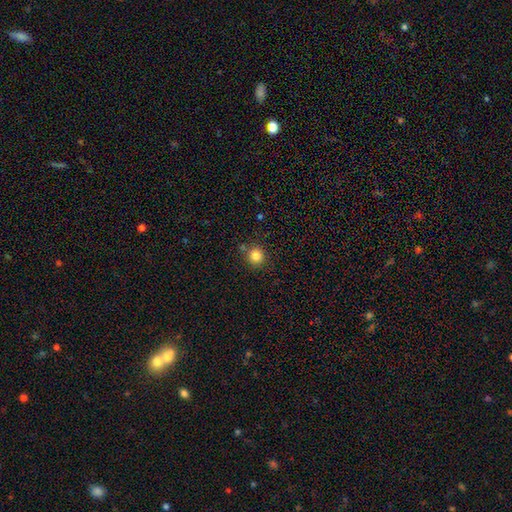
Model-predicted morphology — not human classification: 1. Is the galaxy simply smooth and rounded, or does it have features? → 83% smooth, 12% star or artifact, 5% featured or disk.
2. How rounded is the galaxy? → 93% round, 6% in between, 1% cigar-shaped.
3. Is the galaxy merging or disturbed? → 83% none, 8% minor disturbance, 6% merger, 3% major disturbance.